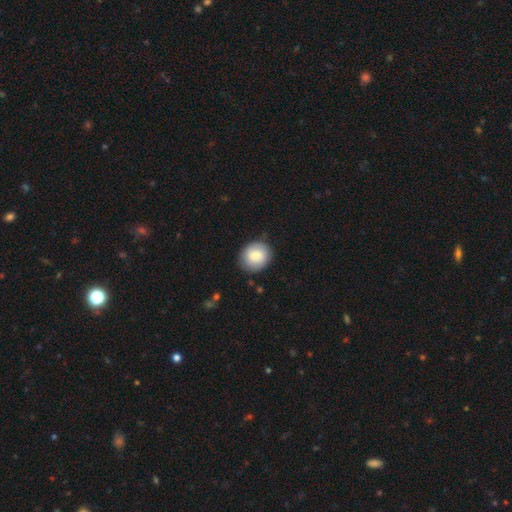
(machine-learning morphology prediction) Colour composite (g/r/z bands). It shows a smooth galaxy with no disk features (82%) that is round (76%). Merging: none (83%).